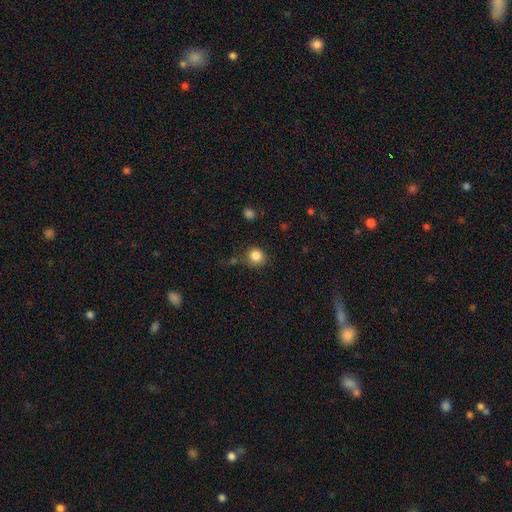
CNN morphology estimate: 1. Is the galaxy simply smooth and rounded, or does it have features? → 84% smooth, 11% star or artifact, 5% featured or disk.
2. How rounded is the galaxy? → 90% round, 9% in between, 1% cigar-shaped.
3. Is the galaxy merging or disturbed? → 77% none, 14% minor disturbance, 5% merger, 4% major disturbance.